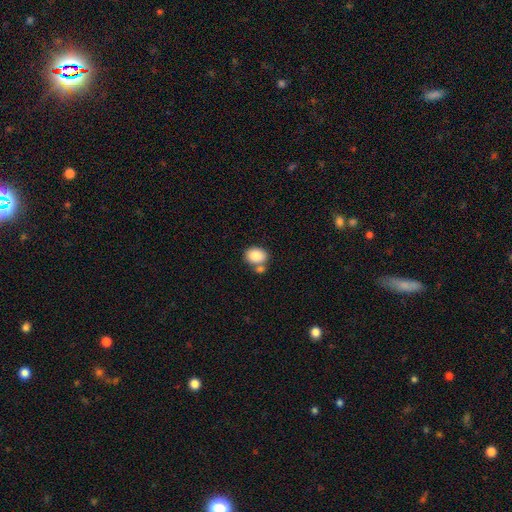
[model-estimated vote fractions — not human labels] A smooth galaxy with no disk features (84%) that is in between round and cigar-shaped (59%). Merging: none (59%).